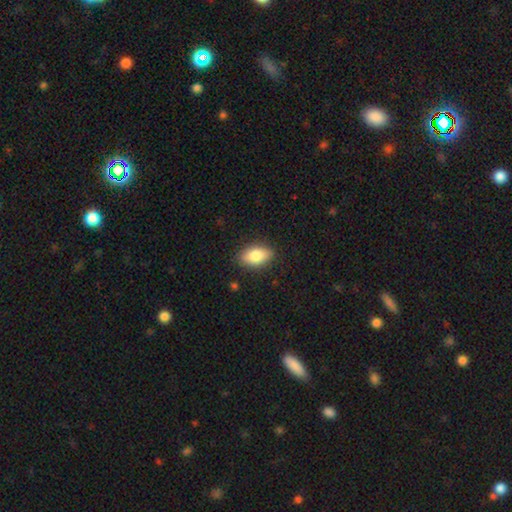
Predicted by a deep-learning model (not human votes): Smooth or featured? smooth (83%)
How rounded? in between (90%)
Merging? none (87%)